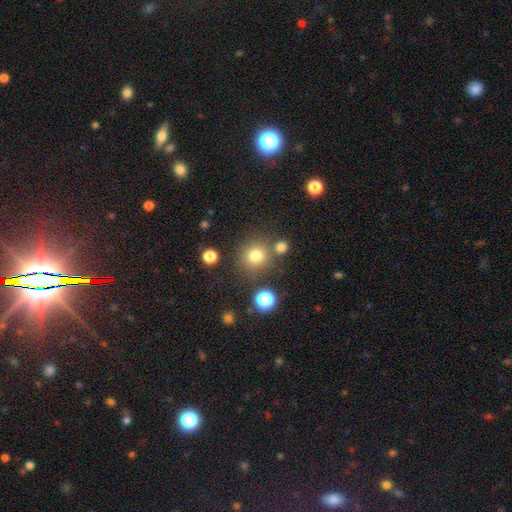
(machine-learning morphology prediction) Smooth or featured? smooth (77%)
How rounded? round (92%)
Merging? none (78%)